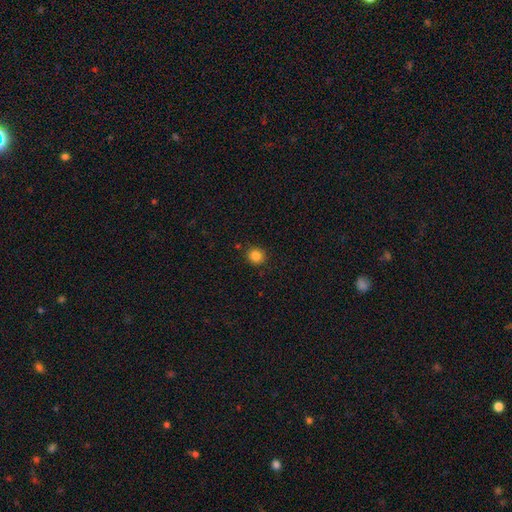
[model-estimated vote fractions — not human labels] Q: Smooth or featured?
A: smooth (84%); runner-up: star or artifact (12%)
Q: How rounded?
A: round (91%); runner-up: in between (9%)
Q: Merging?
A: none (88%); runner-up: minor disturbance (7%)